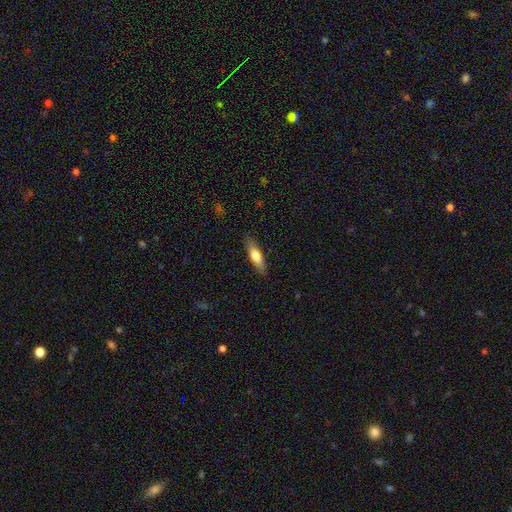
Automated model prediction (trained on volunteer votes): A smooth galaxy with no disk features (63%) that is cigar-shaped (64%). Merging: none (85%).